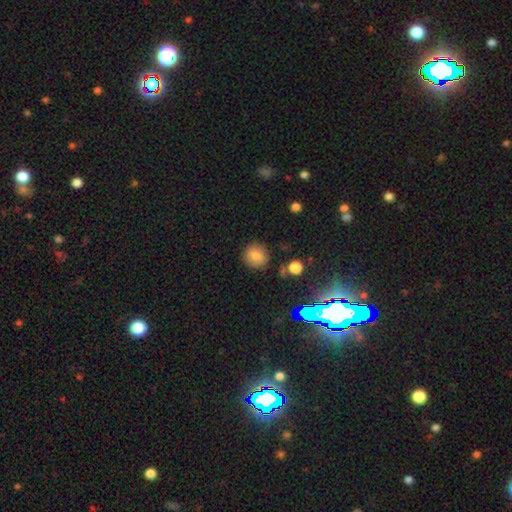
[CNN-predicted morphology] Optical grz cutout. It shows a smooth galaxy with no disk features (78%) that is round (89%). Merging: none (86%).